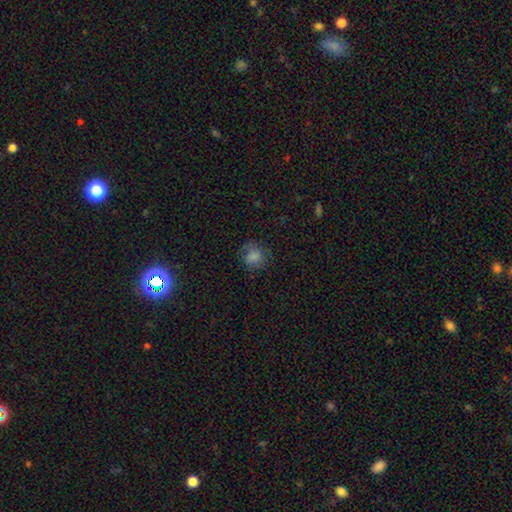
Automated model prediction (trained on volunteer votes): The model was most divided on "smooth or featured": smooth: 62%, star or artifact: 26%, featured or disk: 13%. More confident: how rounded — round (77%); merging — none (73%).